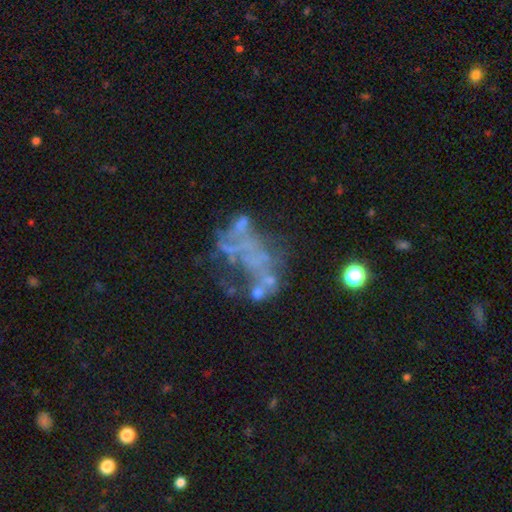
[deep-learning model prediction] A featured or disk galaxy (60%) with no bar (91%), no spiral arms (91%) and no central bulge (83%). Merging: major disturbance (36%).